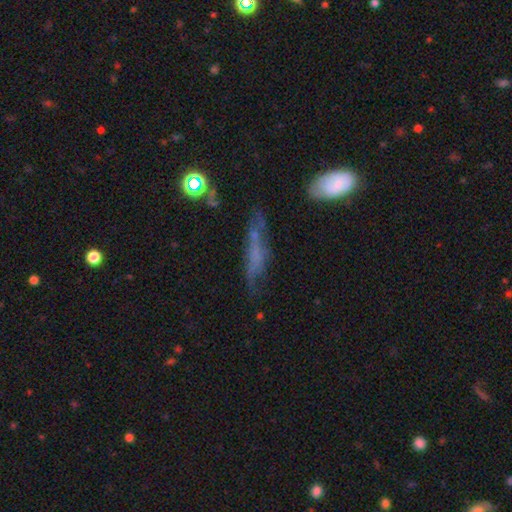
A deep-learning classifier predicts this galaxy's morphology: This is marginally a smooth galaxy (43%). Merging: possibly none (53%).